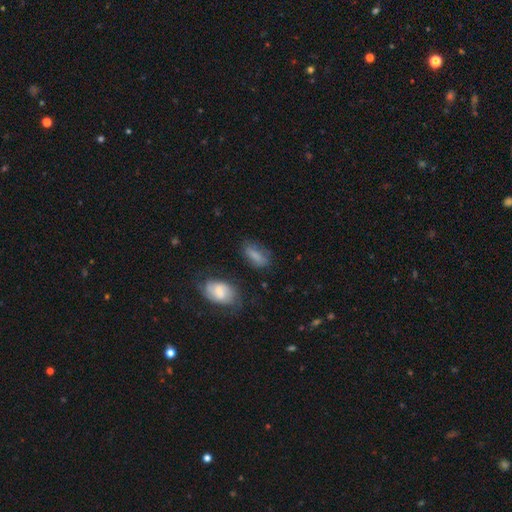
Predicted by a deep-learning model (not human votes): smooth_or_featured: smooth (p=0.73) [alt: featured or disk p=0.19]
how_rounded: in between (p=0.81) [alt: cigar-shaped p=0.15]
merging: none (p=0.63) [alt: minor disturbance p=0.24]